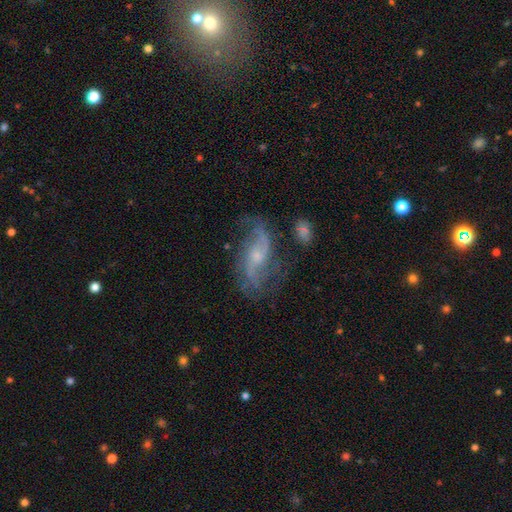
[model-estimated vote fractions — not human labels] featured or disk 82%, smooth 10%, star or artifact 8%. Down the decision tree: edge-on disk — no (94%); bar — no (50%); spiral arms — yes (93%); spiral arm count — 2 (75%); spiral winding — loose (54%); bulge size — small (60%); merging — none (63%).